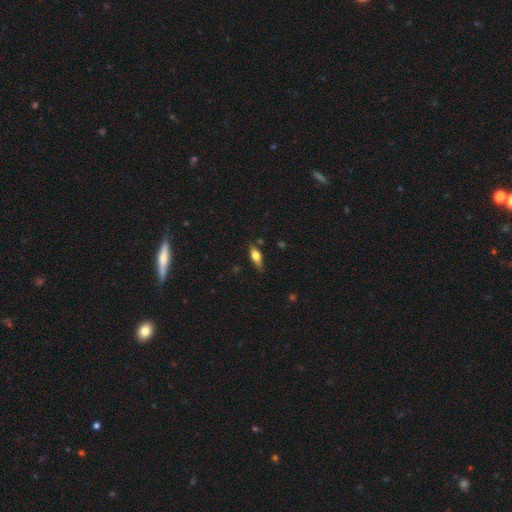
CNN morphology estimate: A smooth galaxy with no disk features (62%) that is in between round and cigar-shaped (68%).

Vote fractions:
- Smooth or featured? smooth: 62% / featured or disk: 31% / star or artifact: 8%
- How rounded? in between: 68% / cigar-shaped: 28% / round: 4%
- Merging? none: 72% / minor disturbance: 21% / major disturbance: 5% / merger: 2%